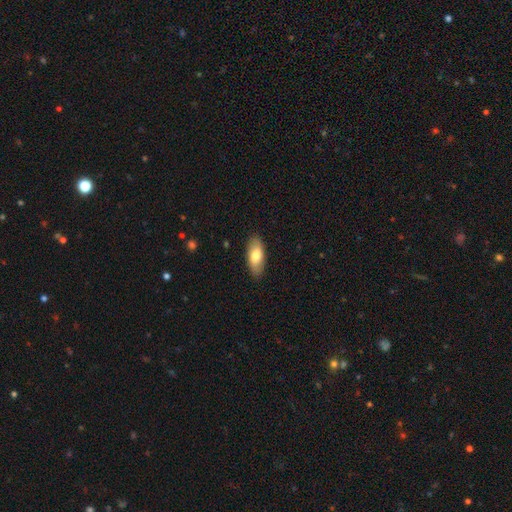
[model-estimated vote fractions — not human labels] smooth 76%, featured or disk 18%, star or artifact 6%. Down the decision tree: how rounded — in between (83%); merging — none (87%).